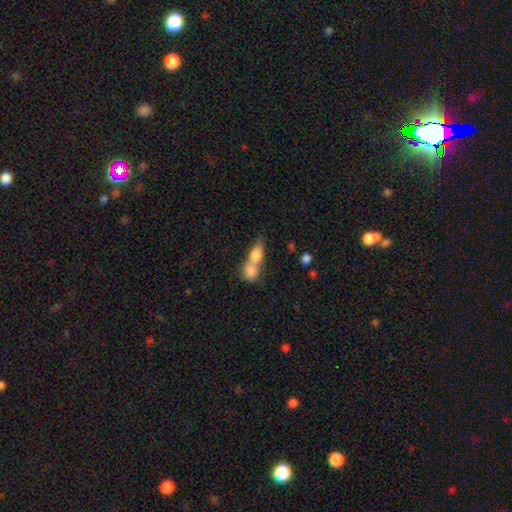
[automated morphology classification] A smooth galaxy with no disk features (77%) that is in between round and cigar-shaped (59%).

Vote fractions:
- Smooth or featured? smooth: 77% / featured or disk: 16% / star or artifact: 8%
- How rounded? in between: 59% / round: 29% / cigar-shaped: 12%
- Merging? merger: 73% / none: 17% / minor disturbance: 6% / major disturbance: 4%